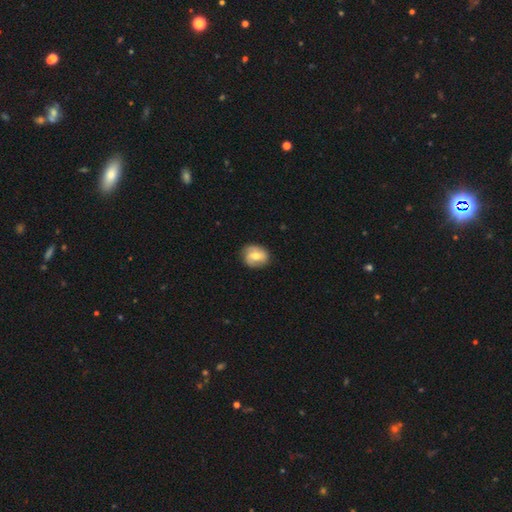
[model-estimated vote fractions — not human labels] A featured or disk galaxy (49%).

Vote fractions:
- Smooth or featured? featured or disk: 49% / smooth: 44% / star or artifact: 7%
- Merging? none: 76% / minor disturbance: 18% / major disturbance: 5% / merger: 1%